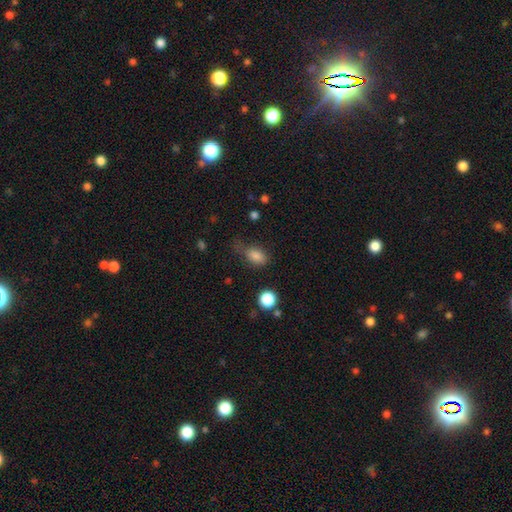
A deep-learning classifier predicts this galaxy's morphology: Smooth or featured?
  - smooth: 83% *
  - star or artifact: 11%
  - featured or disk: 6%
How rounded?
  - in between: 80% *
  - round: 17%
  - cigar-shaped: 3%
Merging?
  - none: 51% *
  - minor disturbance: 31%
  - major disturbance: 15%
  - merger: 4%